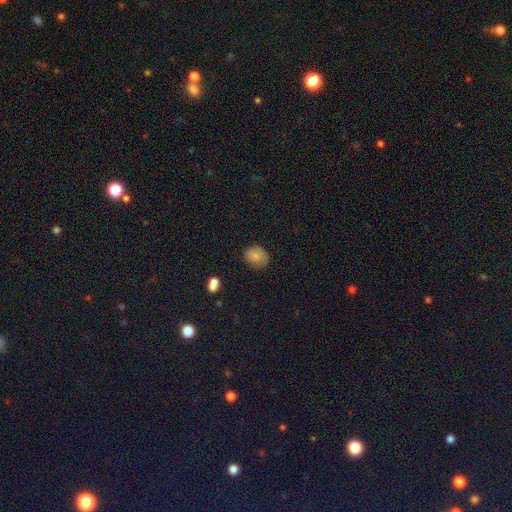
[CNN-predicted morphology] Smooth or featured?
  - smooth: 80% *
  - featured or disk: 10%
  - star or artifact: 10%
How rounded?
  - round: 61% *
  - in between: 38%
  - cigar-shaped: 1%
Merging?
  - none: 76% *
  - minor disturbance: 19%
  - major disturbance: 4%
  - merger: 2%